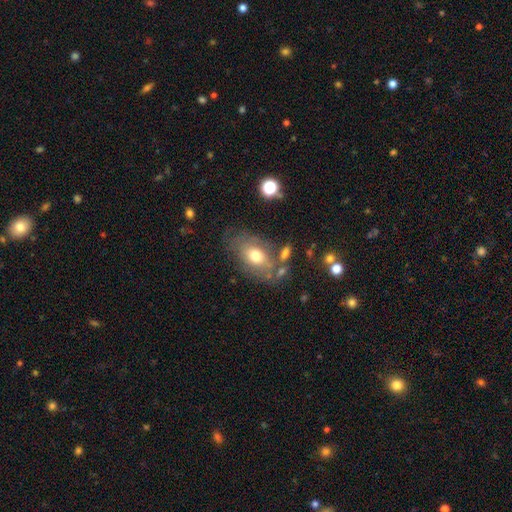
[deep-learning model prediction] Overall: smooth (62%; featured or disk 29%). How rounded: in between (84%). Merging: none (58%; minor disturbance 21%).